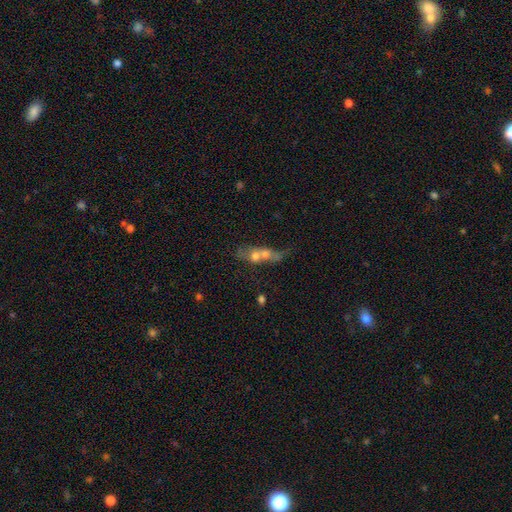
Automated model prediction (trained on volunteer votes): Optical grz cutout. It shows a smooth galaxy with no disk features (55%) that is in between round and cigar-shaped (49%). Merging: merger (69%).